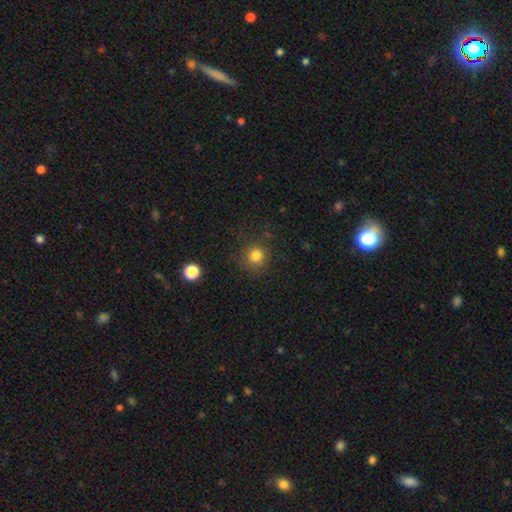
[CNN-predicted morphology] Smooth or featured? Predicted: smooth (p=0.82). How rounded? Predicted: round (p=0.93). Merging? Predicted: none (p=0.85).